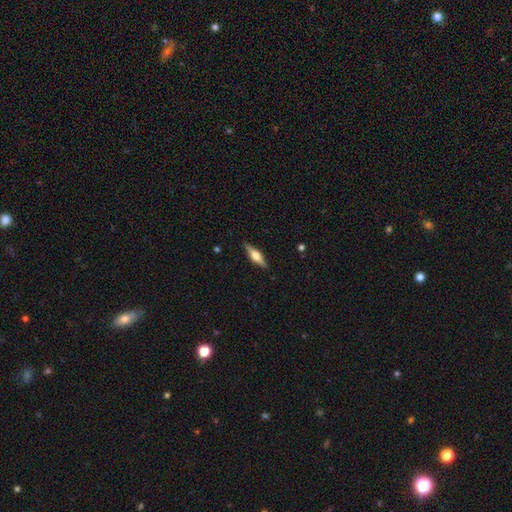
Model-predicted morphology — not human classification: Smooth or featured? featured or disk (58%)
Edge-on disk? yes (95%)
Edge-on bulge? rounded (92%)
Merging? none (89%)